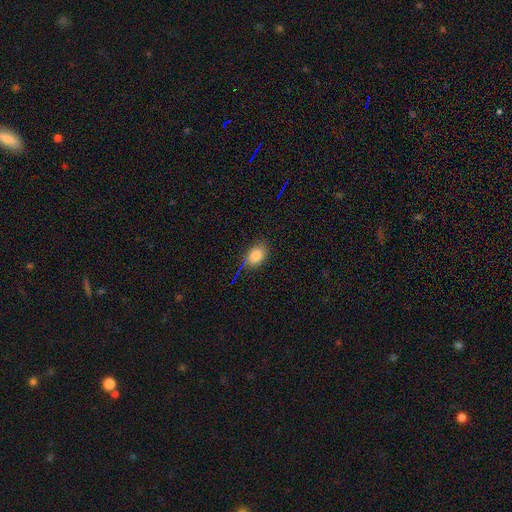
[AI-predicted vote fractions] smooth-or-featured: smooth: 81% | star or artifact: 12% | featured or disk: 7%
  how-rounded: in between: 76% | round: 22% | cigar-shaped: 2%
  merging: none: 76% | minor disturbance: 17% | major disturbance: 5% | merger: 3%